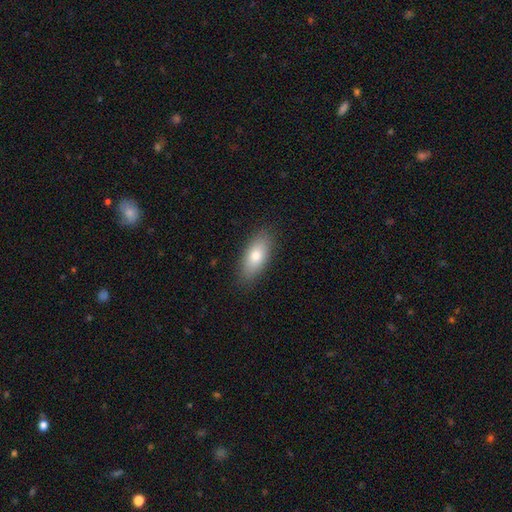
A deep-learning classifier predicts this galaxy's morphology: This is likely a smooth galaxy (76%). How rounded: clearly in between (82%). Merging: clearly none (87%).